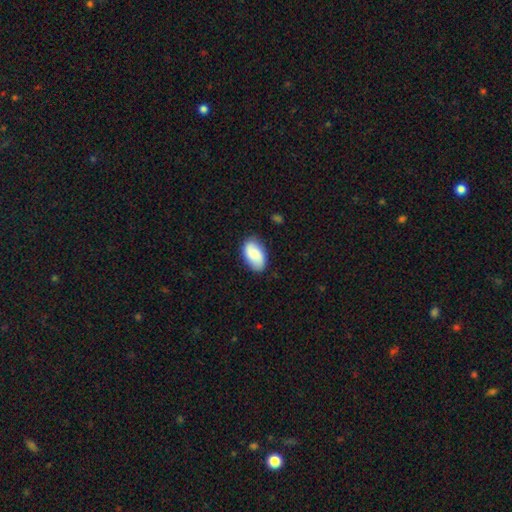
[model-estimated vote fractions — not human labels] A smooth galaxy with no disk features (74%) that is in between round and cigar-shaped (93%). Merging: none (81%).